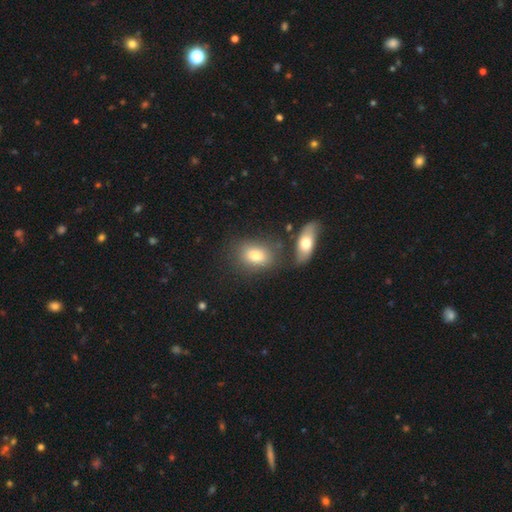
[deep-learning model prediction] The model was most divided on "how rounded": in between: 74%, round: 24%, cigar-shaped: 2%. More confident: smooth or featured — smooth (77%); merging — none (66%).